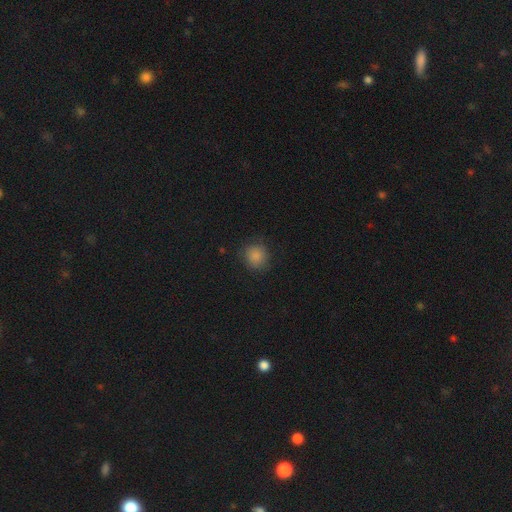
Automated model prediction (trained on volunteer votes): Smooth or featured? Predicted: smooth (p=0.85). How rounded? Predicted: round (p=0.88). Merging? Predicted: none (p=0.84).